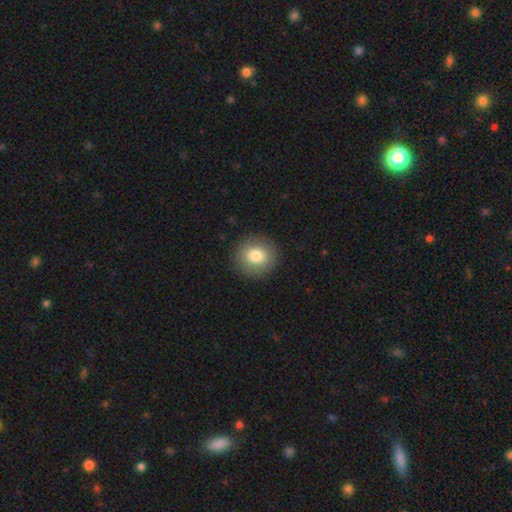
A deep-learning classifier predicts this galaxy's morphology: Overall: smooth (81%). How rounded: round (90%). Merging: none (90%).